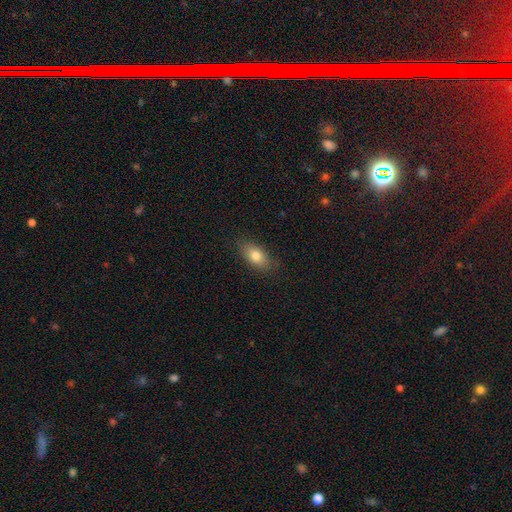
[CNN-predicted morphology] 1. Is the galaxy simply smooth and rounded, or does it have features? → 80% smooth, 12% featured or disk, 8% star or artifact.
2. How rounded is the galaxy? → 88% in between, 6% round, 6% cigar-shaped.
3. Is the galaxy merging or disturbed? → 85% none, 12% minor disturbance, 3% major disturbance, 1% merger.